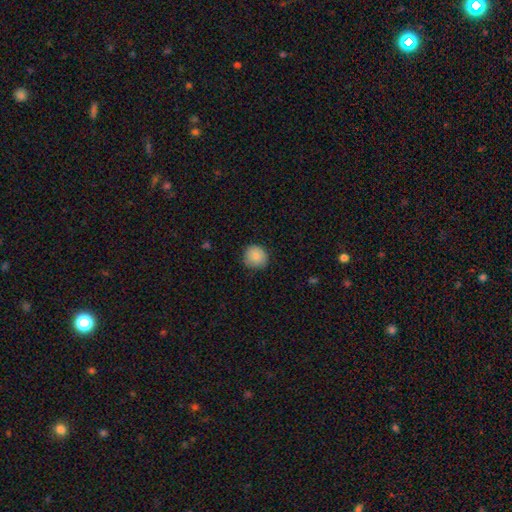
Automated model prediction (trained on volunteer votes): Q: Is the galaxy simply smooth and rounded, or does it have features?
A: smooth — 86%.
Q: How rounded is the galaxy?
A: round — 90%.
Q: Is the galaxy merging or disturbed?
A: none — 83%.